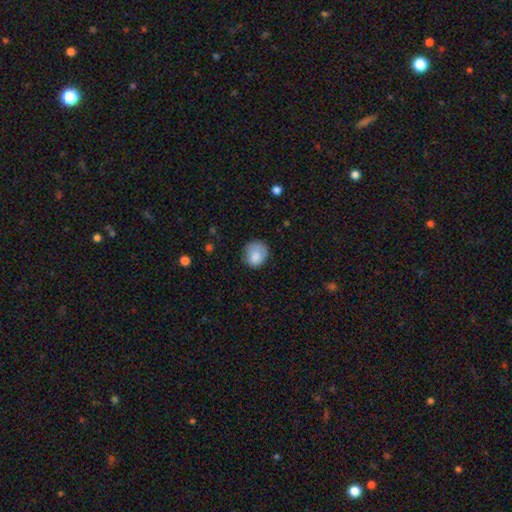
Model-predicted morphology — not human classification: Smooth or featured?
  - smooth: 84% *
  - featured or disk: 9%
  - star or artifact: 8%
How rounded?
  - round: 75% *
  - in between: 24%
  - cigar-shaped: 1%
Merging?
  - none: 64% *
  - minor disturbance: 25%
  - major disturbance: 10%
  - merger: 2%